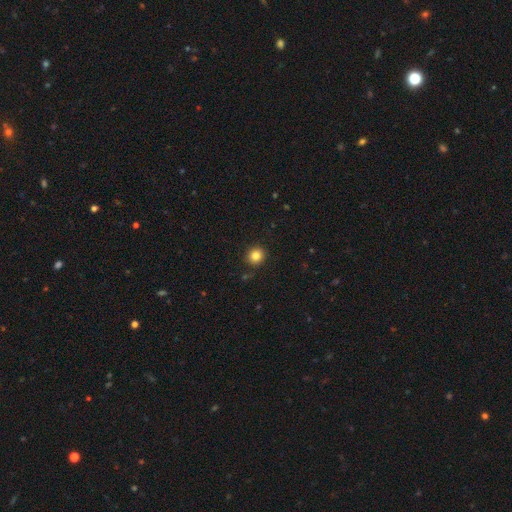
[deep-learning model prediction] Smooth or featured? smooth (83%)
How rounded? round (90%)
Merging? none (90%)